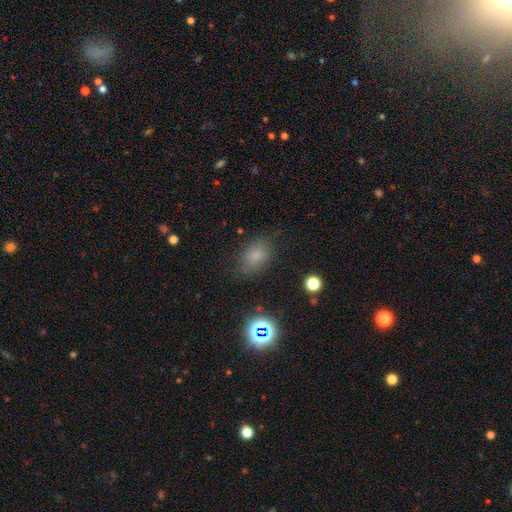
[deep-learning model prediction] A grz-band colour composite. It shows a smooth galaxy with no disk features (74%) that is in between round and cigar-shaped (76%). Merging: none (76%).